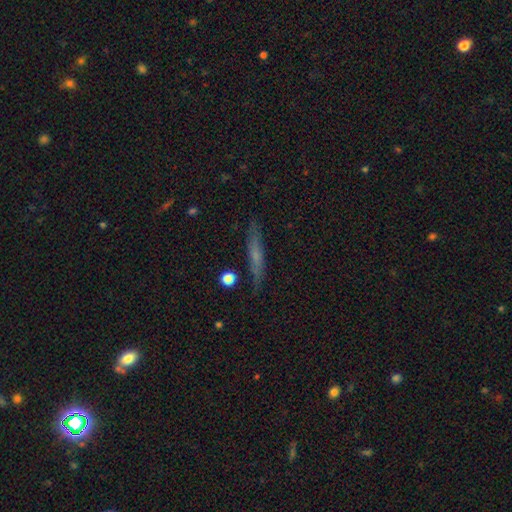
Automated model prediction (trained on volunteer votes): Smooth or featured: featured or disk — 45% (tied with smooth — 45%)
Merging: none — 83% (minor disturbance — 12%)